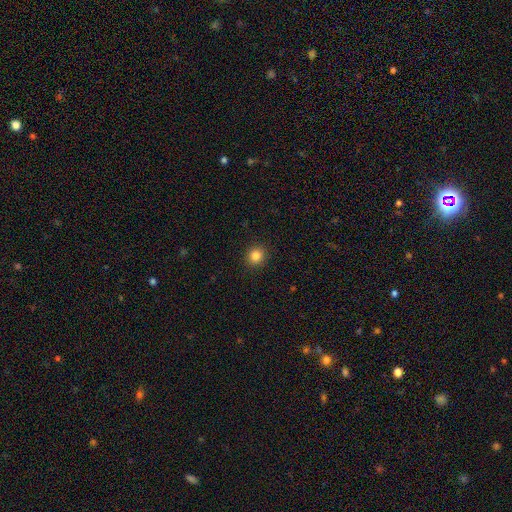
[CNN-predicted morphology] Smooth or featured? smooth (84%)
How rounded? round (90%)
Merging? none (92%)